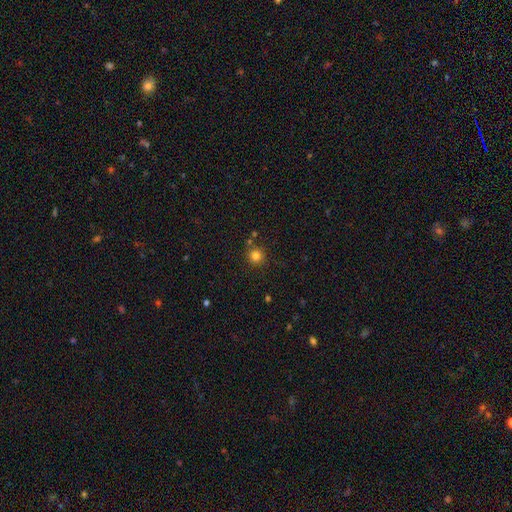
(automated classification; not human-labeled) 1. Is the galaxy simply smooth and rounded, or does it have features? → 80% smooth, 14% star or artifact, 6% featured or disk.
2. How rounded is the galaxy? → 93% round, 6% in between, 1% cigar-shaped.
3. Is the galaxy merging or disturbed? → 83% none, 8% minor disturbance, 6% merger, 3% major disturbance.